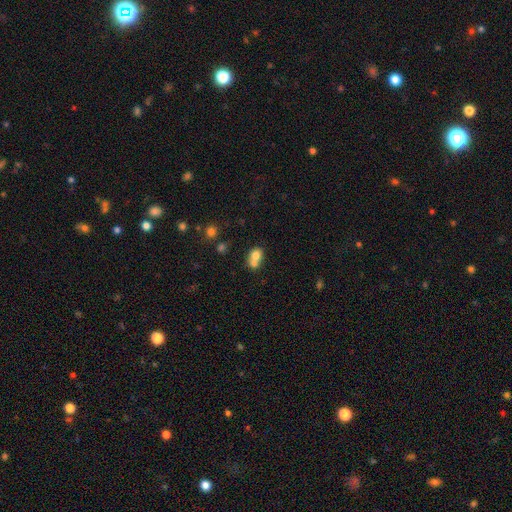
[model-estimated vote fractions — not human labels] A smooth galaxy with no disk features (74%) that is round (60%). Merging: merger (63%).